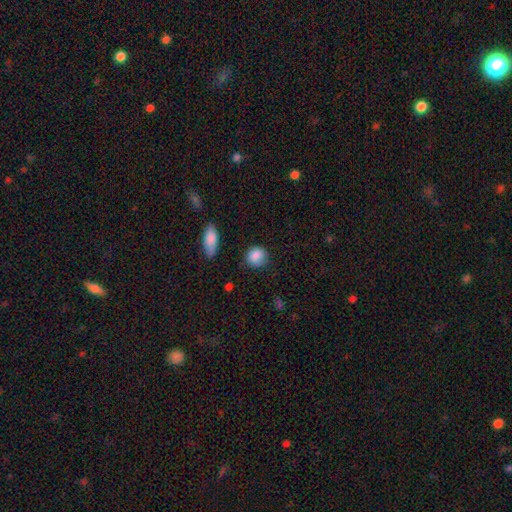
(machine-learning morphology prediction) The model was most divided on "merging": none: 74%, minor disturbance: 19%, major disturbance: 4%, merger: 2%. More confident: smooth or featured — smooth (86%); how rounded — round (78%).